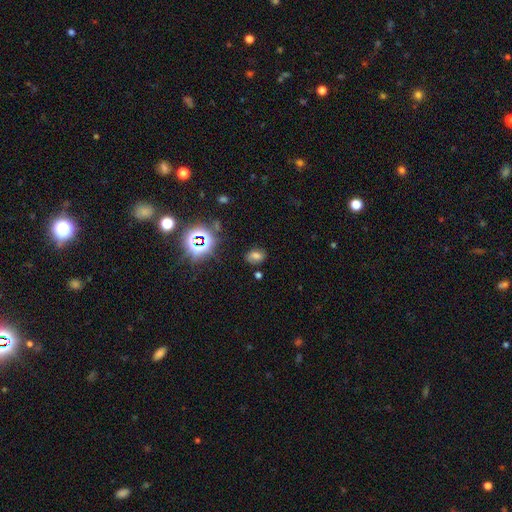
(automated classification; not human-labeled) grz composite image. It shows a smooth galaxy with no disk features (50%). Merging: none (76%).